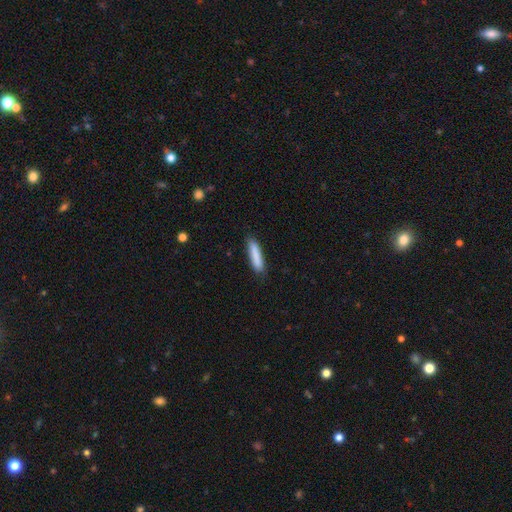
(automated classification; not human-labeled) This is clearly a smooth galaxy (85%). How rounded: clearly cigar-shaped (81%). Merging: clearly none (83%).